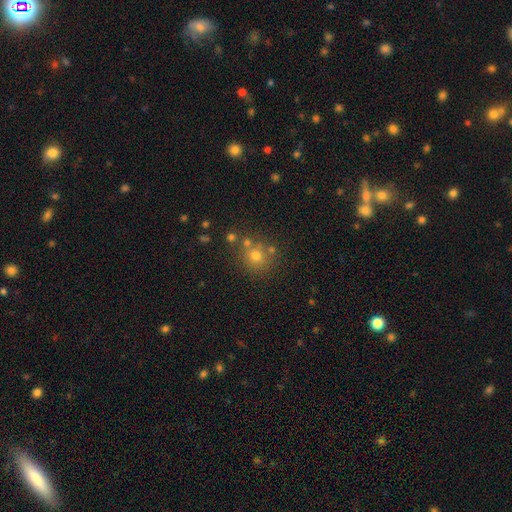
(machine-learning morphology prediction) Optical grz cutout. It shows a smooth galaxy with no disk features (67%) that is round (87%). Merging: none (68%).